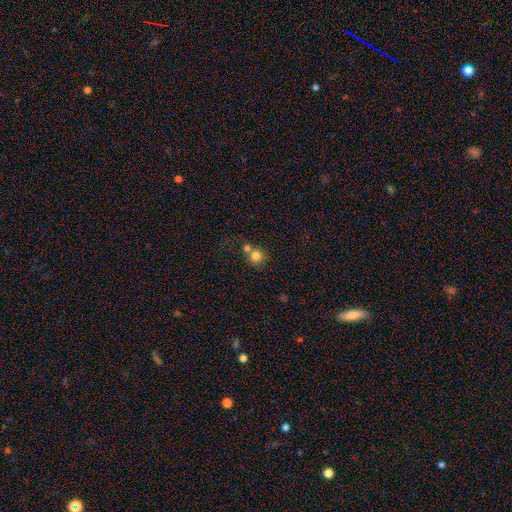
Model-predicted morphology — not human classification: A smooth galaxy with no disk features (79%) that is round (89%). Merging: none (46%).